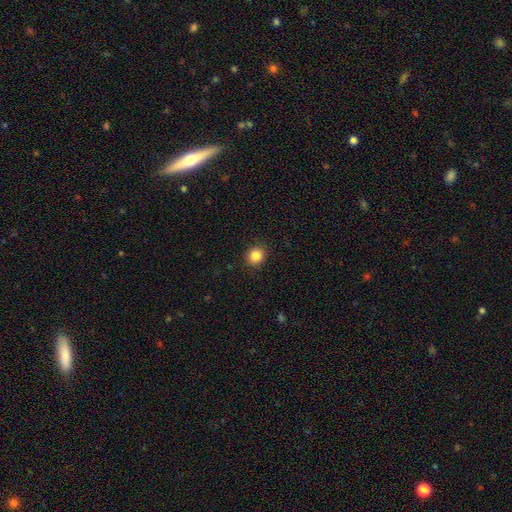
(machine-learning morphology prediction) The model was most divided on "how rounded": round: 83%, in between: 16%, cigar-shaped: 1%. More confident: merging — none (91%); smooth or featured — smooth (85%).